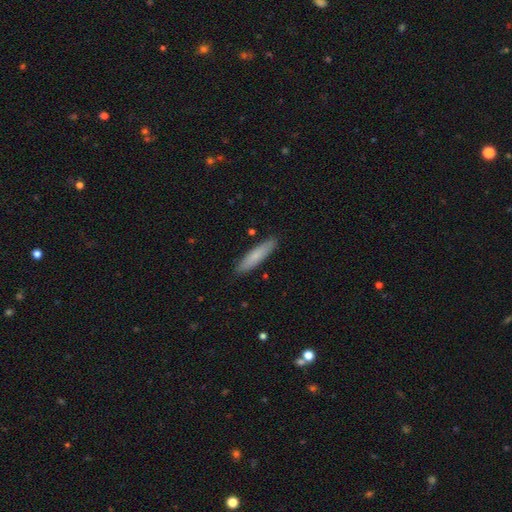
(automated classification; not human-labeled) Smooth or featured?
  - smooth: 77% *
  - featured or disk: 17%
  - star or artifact: 6%
How rounded?
  - cigar-shaped: 83% *
  - in between: 15%
  - round: 1%
Merging?
  - none: 88% *
  - minor disturbance: 9%
  - major disturbance: 2%
  - merger: 1%